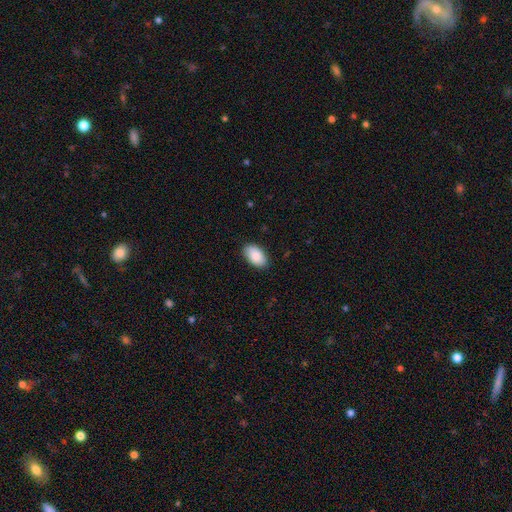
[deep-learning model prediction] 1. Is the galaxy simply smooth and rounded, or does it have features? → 88% smooth, 7% featured or disk, 6% star or artifact.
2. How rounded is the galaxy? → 95% in between, 4% round, 1% cigar-shaped.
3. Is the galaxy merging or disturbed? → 86% none, 11% minor disturbance, 2% major disturbance, 1% merger.